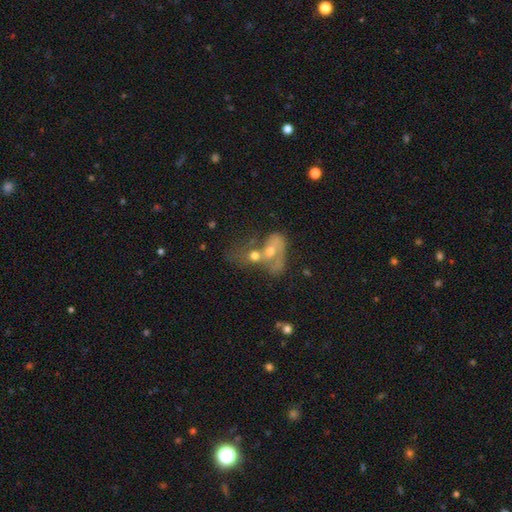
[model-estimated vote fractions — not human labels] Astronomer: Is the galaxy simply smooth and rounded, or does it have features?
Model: featured or disk — 51% (runner-up: smooth, 37%).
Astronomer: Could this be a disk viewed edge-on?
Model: no — 93%.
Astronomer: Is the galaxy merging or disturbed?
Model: merger — 72%.